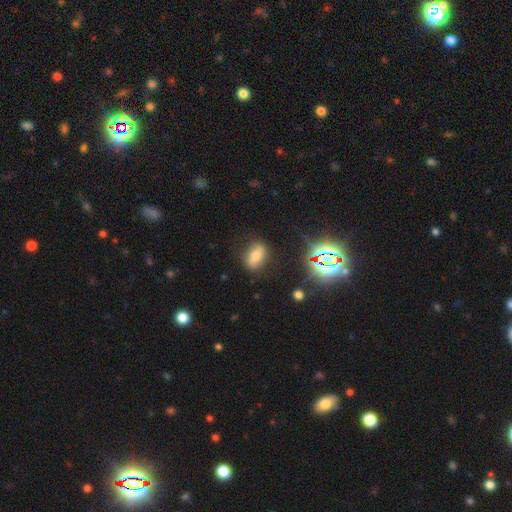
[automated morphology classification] Smooth or featured? Predicted: smooth (p=0.55). How rounded? Predicted: in between (p=0.80). Merging? Predicted: none (p=0.81).